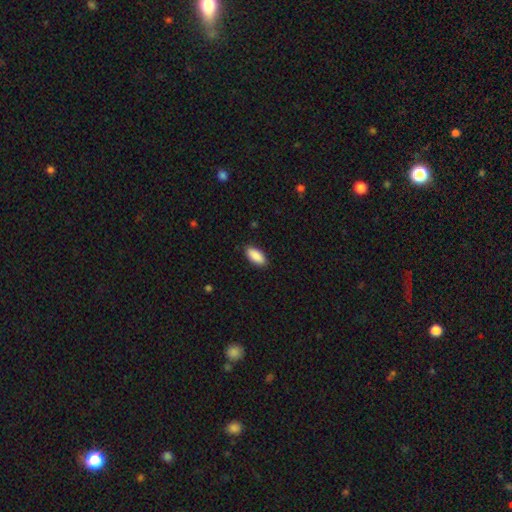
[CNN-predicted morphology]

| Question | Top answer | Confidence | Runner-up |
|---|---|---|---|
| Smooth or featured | smooth | 90% | star or artifact (6%) |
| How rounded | in between | 91% | cigar-shaped (8%) |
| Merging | none | 88% | minor disturbance (9%) |